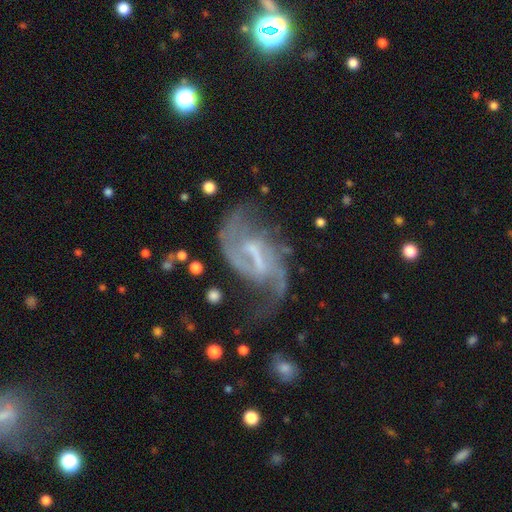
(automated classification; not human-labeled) This is clearly a featured or disk galaxy (87%). It is clearly not viewed edge-on (97%). Bar: possibly weak (45%). Spiral arm pattern: clearly yes (94%). Spiral arm count: likely 2 (79%). Spiral winding: marginally medium (44%). Central bulge: possibly none (46%). Merging: possibly none (52%).